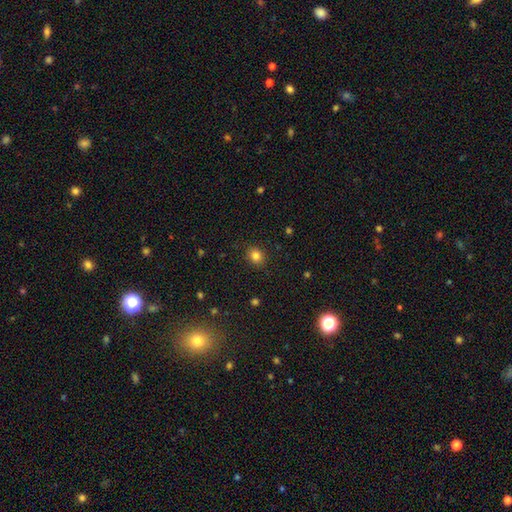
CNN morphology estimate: smooth_or_featured: smooth (p=0.83) [alt: star or artifact p=0.12]
how_rounded: round (p=0.65) [alt: in between p=0.34]
merging: none (p=0.88) [alt: minor disturbance p=0.08]